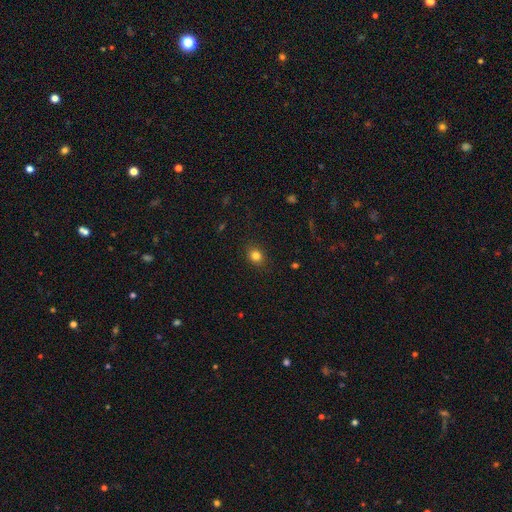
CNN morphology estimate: The model was most divided on "how rounded": round: 63%, in between: 36%, cigar-shaped: 1%. More confident: merging — none (88%); smooth or featured — smooth (82%).